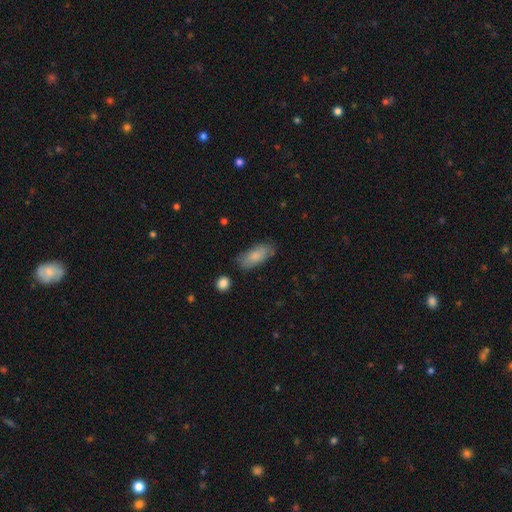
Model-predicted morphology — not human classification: The model was most divided on "merging": none: 74%, minor disturbance: 19%, major disturbance: 4%, merger: 3%. More confident: how rounded — in between (83%); smooth or featured — smooth (82%).